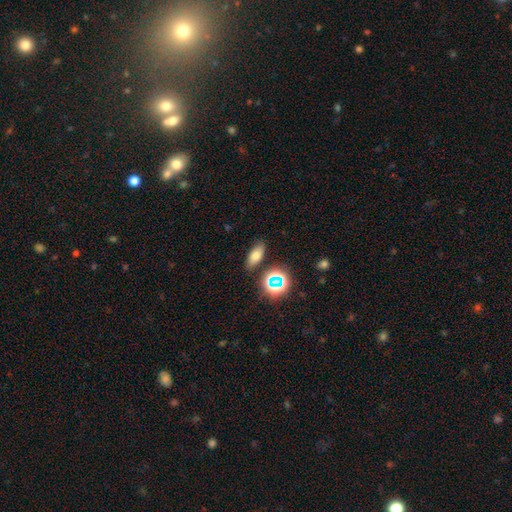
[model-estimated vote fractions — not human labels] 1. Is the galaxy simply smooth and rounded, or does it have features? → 71% smooth, 17% star or artifact, 12% featured or disk.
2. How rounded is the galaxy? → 78% in between, 13% cigar-shaped, 9% round.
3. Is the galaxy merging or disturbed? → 81% none, 11% minor disturbance, 4% merger, 3% major disturbance.